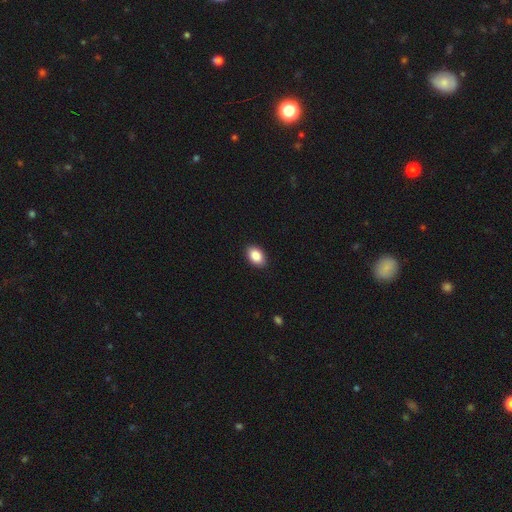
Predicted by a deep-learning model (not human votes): smooth_or_featured: smooth (p=0.89) [alt: star or artifact p=0.07]
how_rounded: in between (p=0.88) [alt: round p=0.11]
merging: none (p=0.90) [alt: minor disturbance p=0.08]